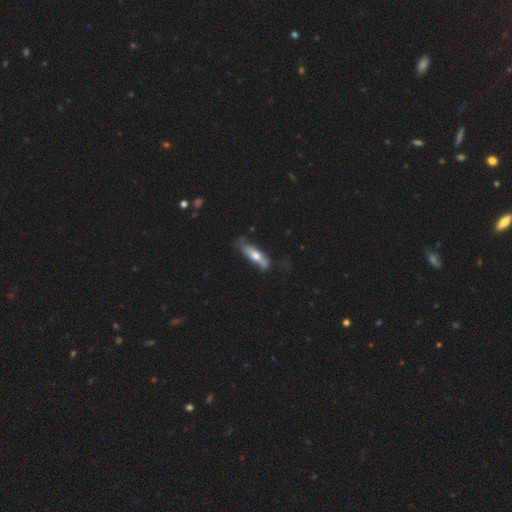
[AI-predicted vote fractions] Q: Smooth or featured?
A: smooth (54%); runner-up: featured or disk (40%)
Q: How rounded?
A: cigar-shaped (58%); runner-up: in between (40%)
Q: Merging?
A: none (50%); runner-up: minor disturbance (30%)